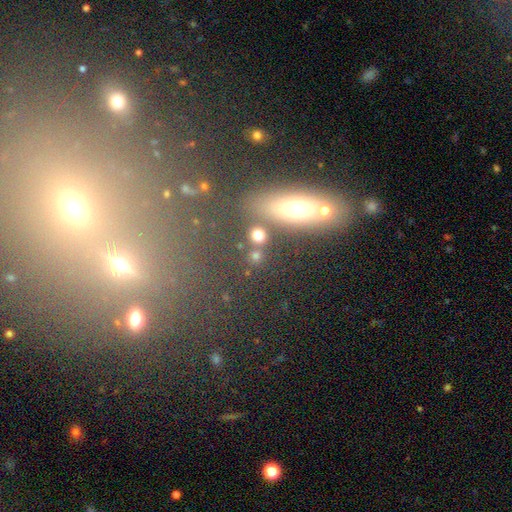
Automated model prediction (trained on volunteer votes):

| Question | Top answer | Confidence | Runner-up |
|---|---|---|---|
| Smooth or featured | smooth | 74% | star or artifact (18%) |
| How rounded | round | 84% | in between (13%) |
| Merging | none | 75% | merger (13%) |